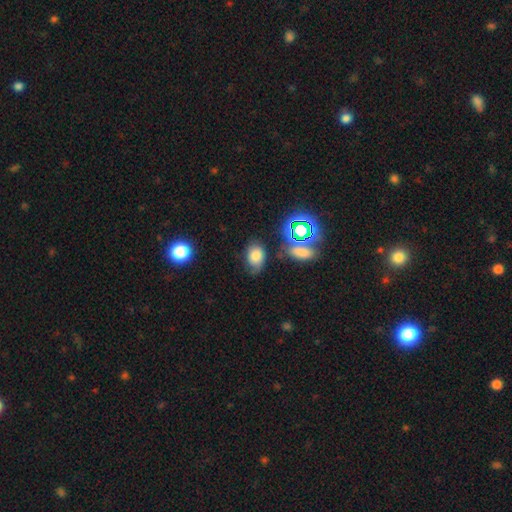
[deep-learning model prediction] This appears to be a smooth galaxy with no disk features (71%) that is in between round and cigar-shaped (75%). Merging: none (61%).